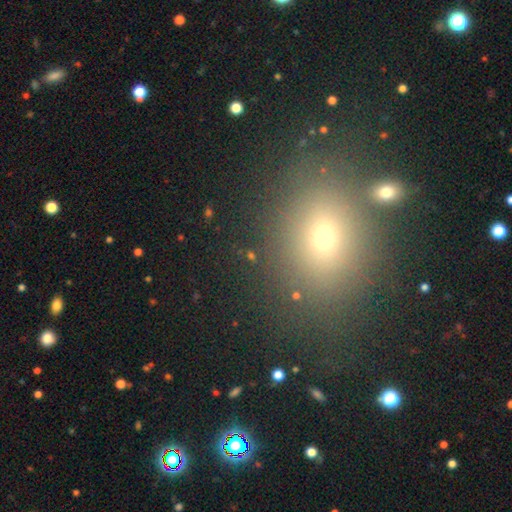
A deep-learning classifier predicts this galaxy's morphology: A smooth galaxy with no disk features (59%) that is in between round and cigar-shaped (58%).

Vote fractions:
- Smooth or featured? smooth: 59% / star or artifact: 30% / featured or disk: 11%
- How rounded? in between: 58% / round: 39% / cigar-shaped: 3%
- Merging? none: 80% / minor disturbance: 9% / merger: 5% / major disturbance: 5%